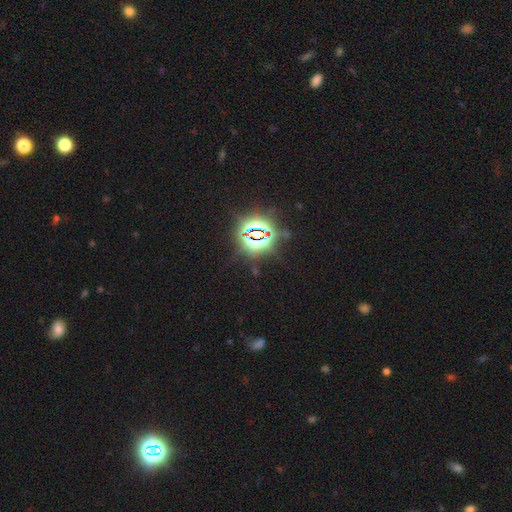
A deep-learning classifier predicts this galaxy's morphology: A star or artifact, not a galaxy (83%).

Vote fractions:
- Smooth or featured? star or artifact: 83% / smooth: 10% / featured or disk: 7%